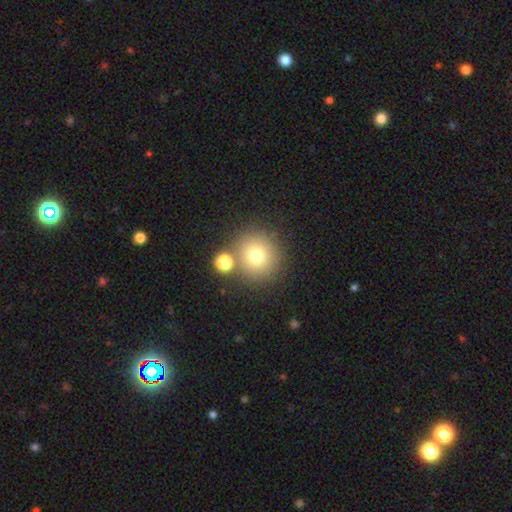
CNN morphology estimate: smooth-or-featured: smooth: 74% | star or artifact: 15% | featured or disk: 11%
  how-rounded: round: 94% | in between: 5% | cigar-shaped: 1%
  merging: none: 76% | merger: 12% | minor disturbance: 8% | major disturbance: 3%